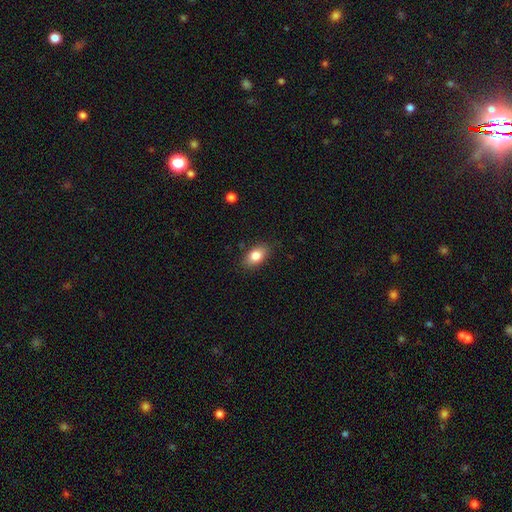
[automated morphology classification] The model was most divided on "smooth or featured": smooth: 83%, featured or disk: 10%, star or artifact: 8%. More confident: how rounded — in between (89%); merging — none (85%).